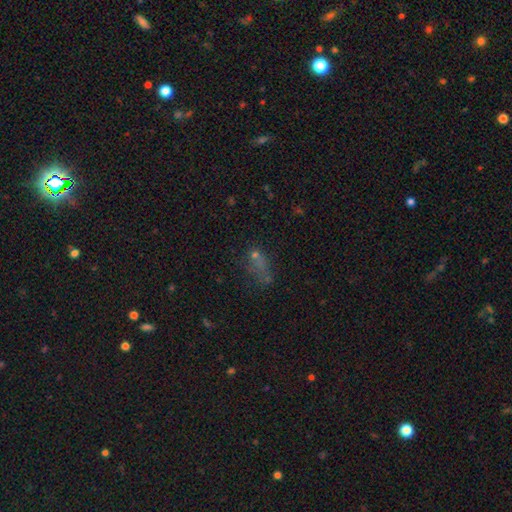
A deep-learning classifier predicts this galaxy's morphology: Q: Smooth or featured?
A: smooth (50%); runner-up: star or artifact (30%)
Q: Merging?
A: none (38%); runner-up: major disturbance (28%)